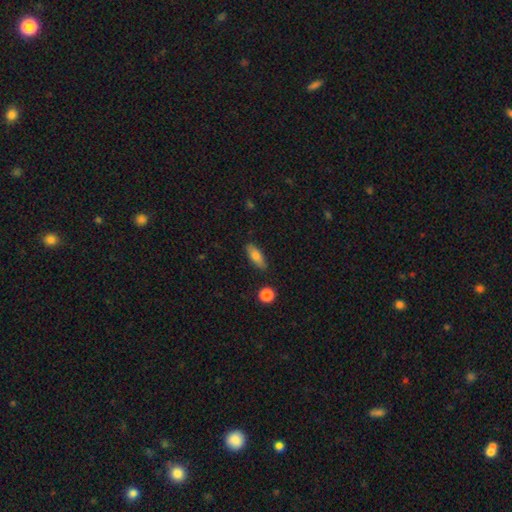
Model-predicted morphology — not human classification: type=smooth (75%); roundness=in between (70%); merging=none (84%).